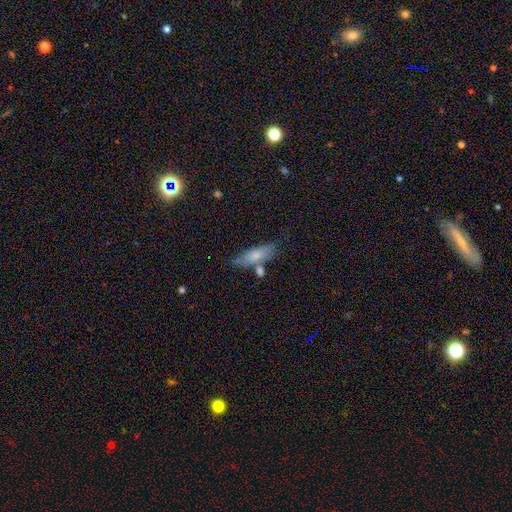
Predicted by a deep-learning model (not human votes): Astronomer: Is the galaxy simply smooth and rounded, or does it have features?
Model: smooth — 76%.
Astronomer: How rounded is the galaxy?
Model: in between — 54% (runner-up: cigar-shaped, 44%).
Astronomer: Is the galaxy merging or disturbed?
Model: none — 64%.